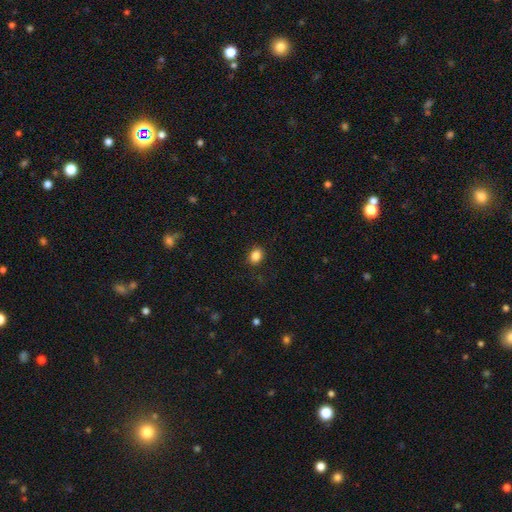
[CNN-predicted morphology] A smooth galaxy with no disk features (85%) that is in between round and cigar-shaped (65%).

Vote fractions:
- Smooth or featured? smooth: 85% / star or artifact: 10% / featured or disk: 4%
- How rounded? in between: 65% / round: 34% / cigar-shaped: 1%
- Merging? none: 86% / minor disturbance: 10% / major disturbance: 3% / merger: 1%